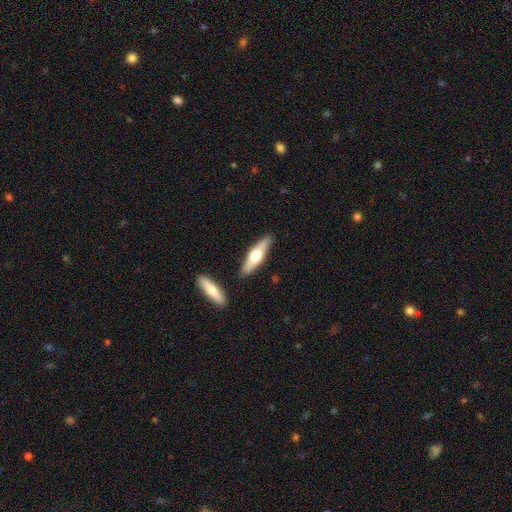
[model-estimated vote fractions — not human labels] Smooth or featured?
  - featured or disk: 53% *
  - smooth: 42%
  - star or artifact: 5%
Edge-on disk?
  - yes: 92% *
  - no: 8%
Merging?
  - none: 85% *
  - minor disturbance: 9%
  - merger: 5%
  - major disturbance: 2%